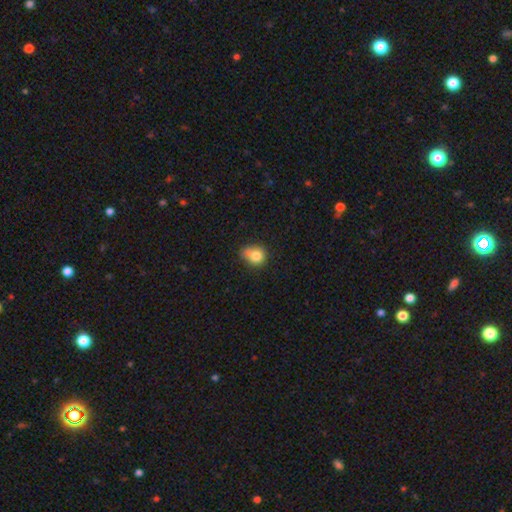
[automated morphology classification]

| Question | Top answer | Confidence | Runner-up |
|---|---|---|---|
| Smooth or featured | smooth | 79% | star or artifact (11%) |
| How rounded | round | 63% | in between (35%) |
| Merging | none | 45% | minor disturbance (34%) |